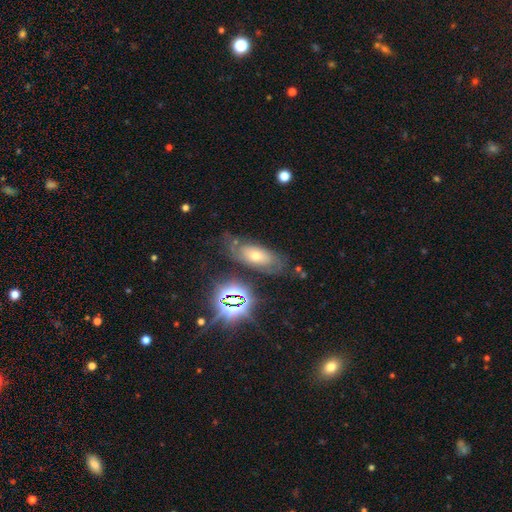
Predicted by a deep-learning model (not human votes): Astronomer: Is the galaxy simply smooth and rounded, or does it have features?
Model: featured or disk — 42% (runner-up: smooth, 32%).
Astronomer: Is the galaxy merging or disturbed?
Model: none — 66%.